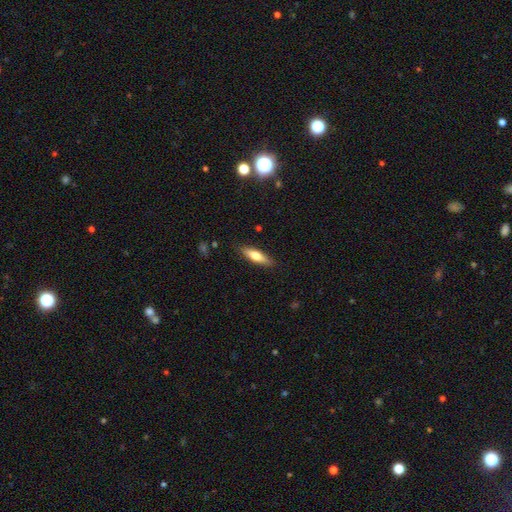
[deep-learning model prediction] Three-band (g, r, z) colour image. It shows a smooth galaxy with no disk features (64%) that is cigar-shaped (61%). Merging: none (87%).